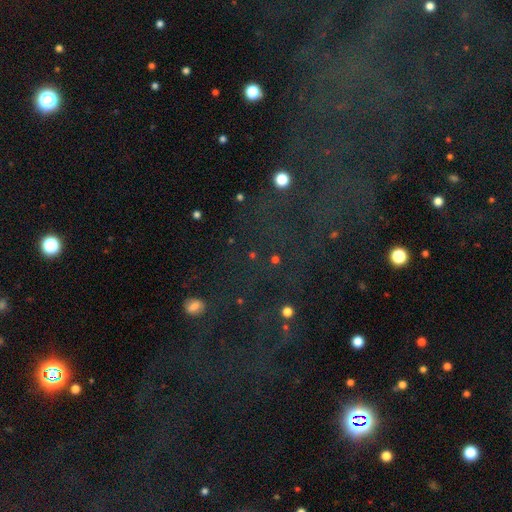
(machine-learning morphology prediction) Smooth or featured? star or artifact (72%)